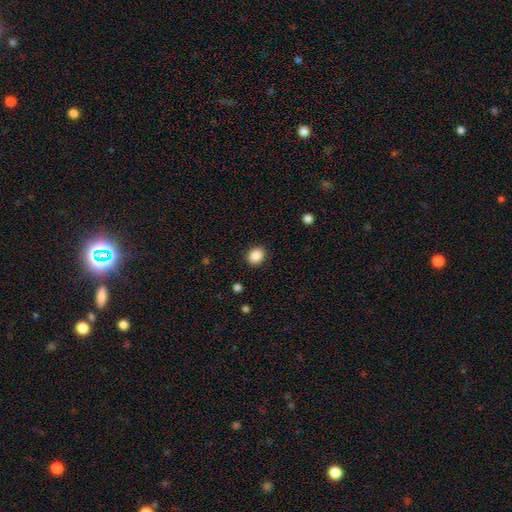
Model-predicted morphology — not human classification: The model was most divided on "how rounded": round: 69%, in between: 30%, cigar-shaped: 1%. More confident: merging — none (90%); smooth or featured — smooth (88%).